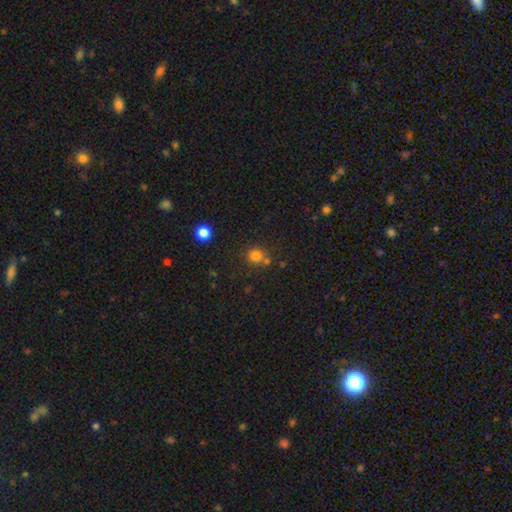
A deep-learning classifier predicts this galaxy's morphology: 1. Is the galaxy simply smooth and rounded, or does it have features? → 79% smooth, 15% star or artifact, 6% featured or disk.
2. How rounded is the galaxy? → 89% round, 10% in between, 1% cigar-shaped.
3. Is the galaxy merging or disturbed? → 71% none, 16% merger, 9% minor disturbance, 3% major disturbance.